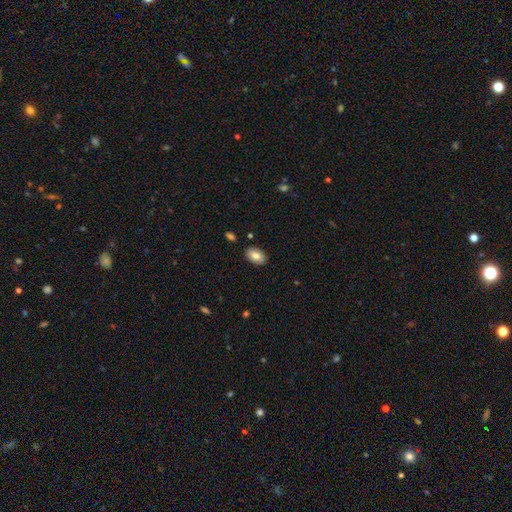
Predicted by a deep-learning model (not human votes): Q: Smooth or featured?
A: smooth (81%); runner-up: featured or disk (12%)
Q: How rounded?
A: in between (90%); runner-up: round (9%)
Q: Merging?
A: none (88%); runner-up: minor disturbance (9%)